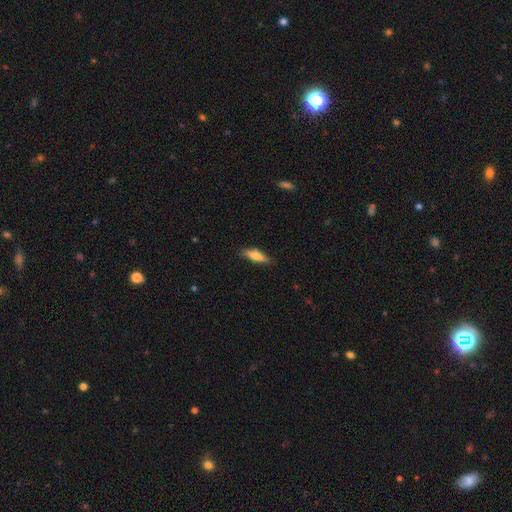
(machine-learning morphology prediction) The model was most divided on "how rounded": cigar-shaped: 59%, in between: 39%, round: 2%. More confident: merging — none (81%); smooth or featured — smooth (75%).